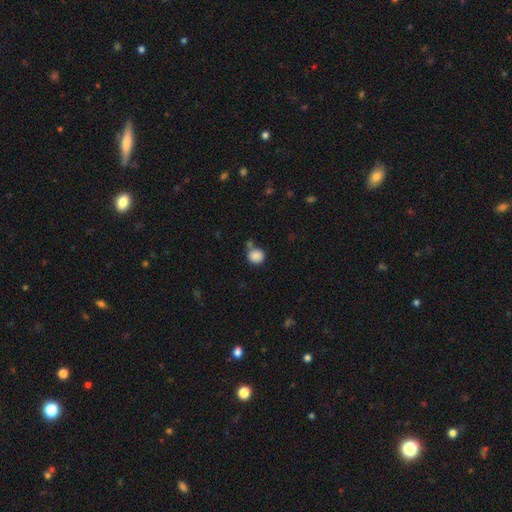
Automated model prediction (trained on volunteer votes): A smooth galaxy with no disk features (87%) that is round (90%). Merging: none (65%).